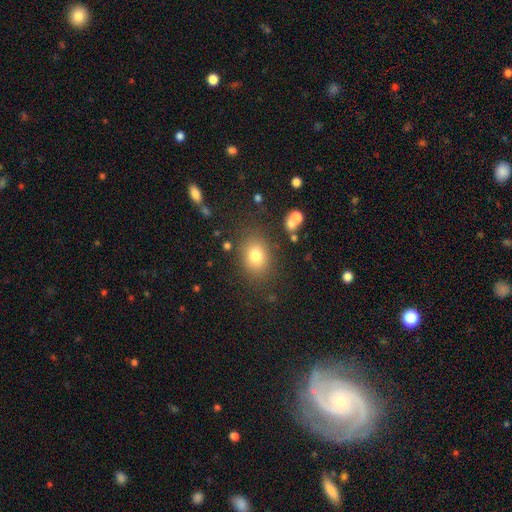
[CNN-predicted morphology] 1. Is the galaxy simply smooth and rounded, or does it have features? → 77% smooth, 12% star or artifact, 11% featured or disk.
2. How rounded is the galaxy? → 55% in between, 44% round, 1% cigar-shaped.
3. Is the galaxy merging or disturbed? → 81% none, 11% minor disturbance, 5% major disturbance, 3% merger.